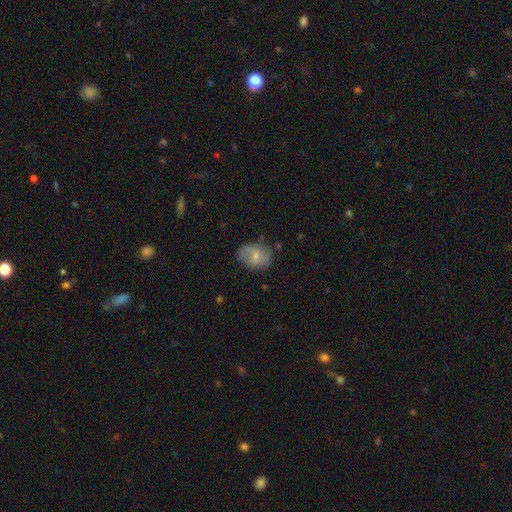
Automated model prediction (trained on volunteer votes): This is likely a smooth galaxy (65%). How rounded: possibly round (52%). Merging: likely none (72%).